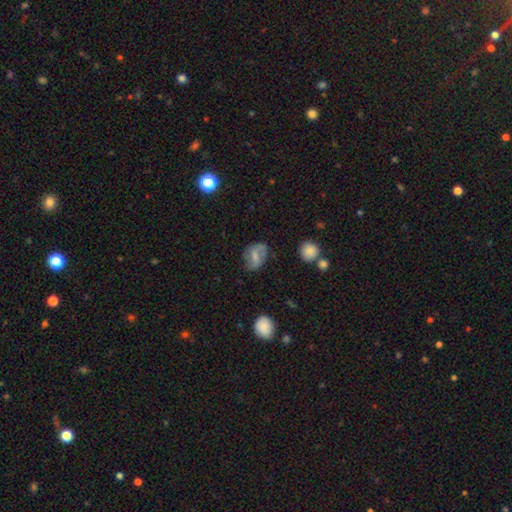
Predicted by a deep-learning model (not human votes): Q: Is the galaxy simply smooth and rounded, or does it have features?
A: smooth — 49%.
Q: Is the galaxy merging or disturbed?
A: none — 64%.